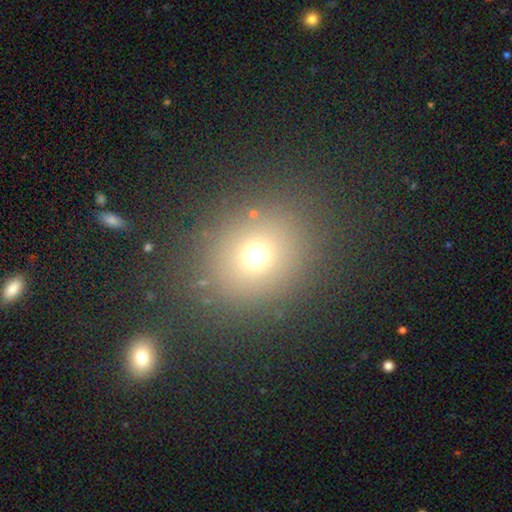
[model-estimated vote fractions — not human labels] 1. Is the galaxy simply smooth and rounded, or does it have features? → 68% smooth, 21% star or artifact, 10% featured or disk.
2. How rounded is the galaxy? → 76% round, 23% in between, 1% cigar-shaped.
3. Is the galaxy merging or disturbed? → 83% none, 8% minor disturbance, 5% major disturbance, 3% merger.